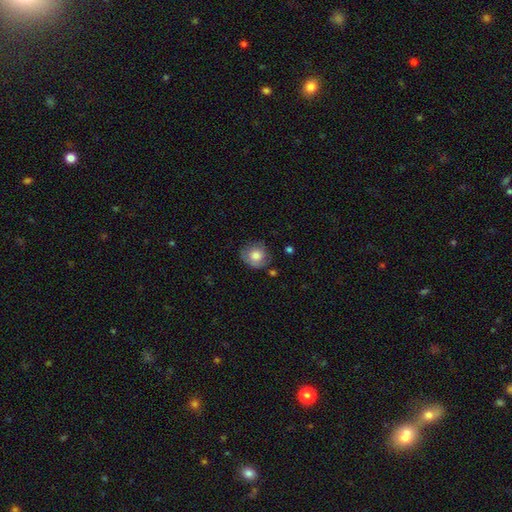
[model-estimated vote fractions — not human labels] The model was most divided on "merging": none: 66%, minor disturbance: 24%, major disturbance: 7%, merger: 3%. More confident: how rounded — round (80%); smooth or featured — smooth (72%).